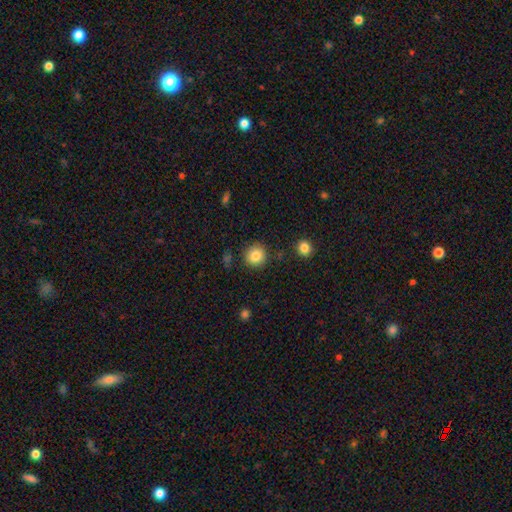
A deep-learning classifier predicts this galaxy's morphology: smooth_or_featured: smooth (p=0.84) [alt: star or artifact p=0.10]
how_rounded: round (p=0.91) [alt: in between p=0.08]
merging: none (p=0.88) [alt: minor disturbance p=0.07]